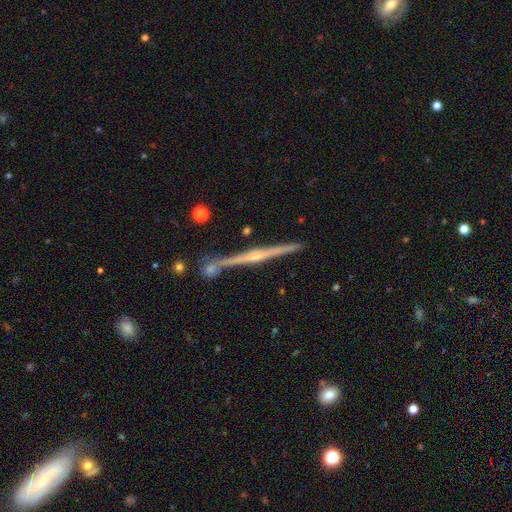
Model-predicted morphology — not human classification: A featured or disk galaxy (84%) viewed edge-on (99%) with a rounded central bulge (72%).

Vote fractions:
- Smooth or featured? featured or disk: 84% / smooth: 10% / star or artifact: 6%
- Edge-on disk? yes: 99% / no: 1%
- Edge-on bulge? rounded: 72% / none: 19% / boxy: 10%
- Merging? none: 85% / minor disturbance: 7% / merger: 6% / major disturbance: 2%